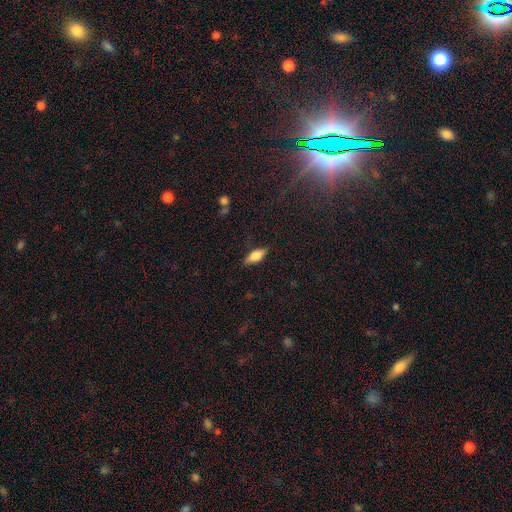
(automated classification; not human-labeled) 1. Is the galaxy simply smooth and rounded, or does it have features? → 71% smooth, 22% featured or disk, 7% star or artifact.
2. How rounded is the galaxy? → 74% in between, 23% cigar-shaped, 3% round.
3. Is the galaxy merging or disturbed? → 85% none, 11% minor disturbance, 3% major disturbance, 1% merger.